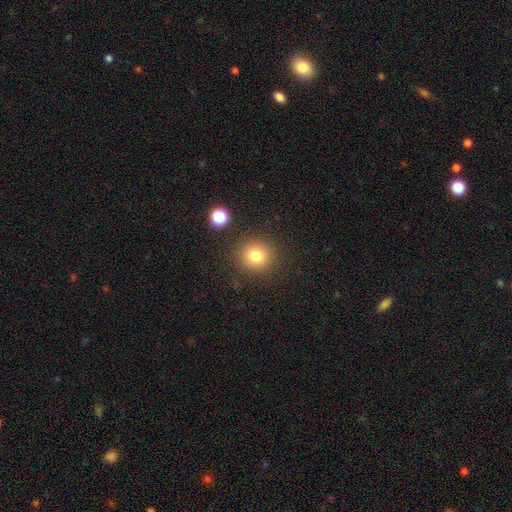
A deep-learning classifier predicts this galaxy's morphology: smooth_or_featured: smooth (p=0.79) [alt: star or artifact p=0.13]
how_rounded: round (p=0.91) [alt: in between p=0.08]
merging: none (p=0.88) [alt: minor disturbance p=0.07]